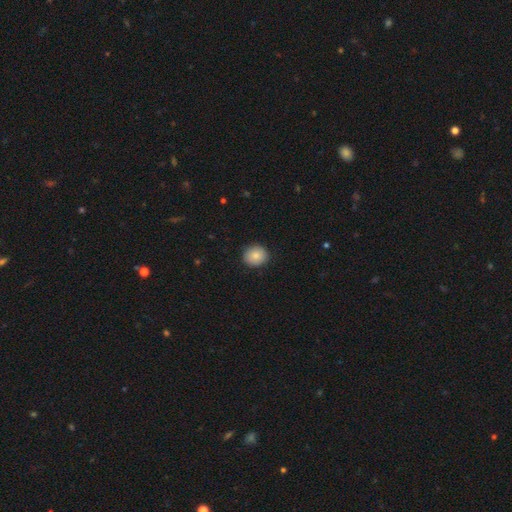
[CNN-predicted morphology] Smooth or featured? Predicted: smooth (p=0.84). How rounded? Predicted: round (p=0.77). Merging? Predicted: none (p=0.89).